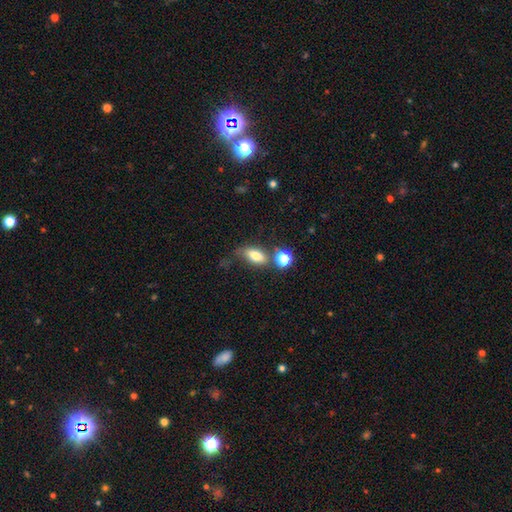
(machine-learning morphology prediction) type=smooth (75%); roundness=in between (79%); merging=none (48%).